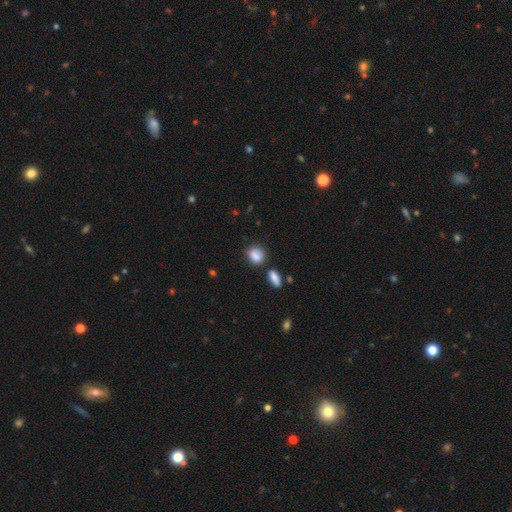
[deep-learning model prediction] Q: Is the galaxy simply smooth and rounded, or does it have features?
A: smooth — 82%.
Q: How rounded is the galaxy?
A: round — 58%.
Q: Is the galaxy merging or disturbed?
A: none — 58%.